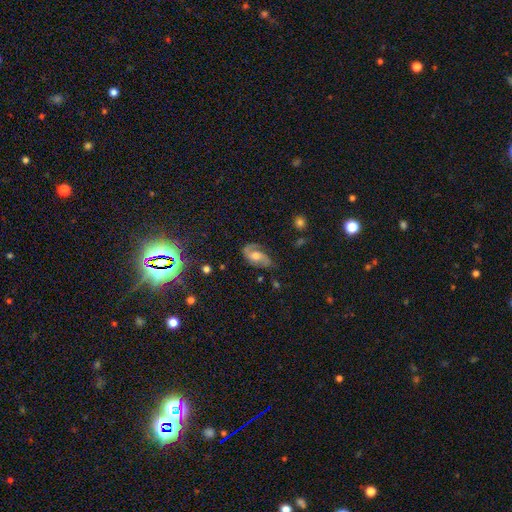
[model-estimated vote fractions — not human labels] featured or disk 71%, smooth 19%, star or artifact 10%. Down the decision tree: edge-on disk — no (95%); bar — no (61%); spiral arms — yes (91%); spiral arm count — 2 (80%); spiral winding — medium (48%); bulge size — moderate (57%); merging — none (61%).